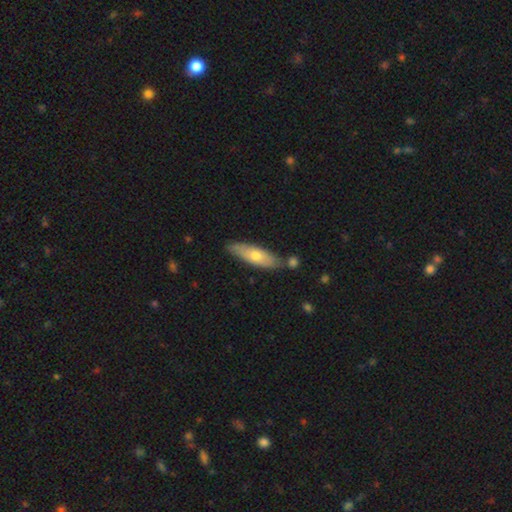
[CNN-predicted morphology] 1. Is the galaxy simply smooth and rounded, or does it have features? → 61% smooth, 34% featured or disk, 5% star or artifact.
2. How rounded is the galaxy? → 57% cigar-shaped, 41% in between, 2% round.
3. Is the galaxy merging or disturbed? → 74% none, 15% minor disturbance, 9% merger, 3% major disturbance.